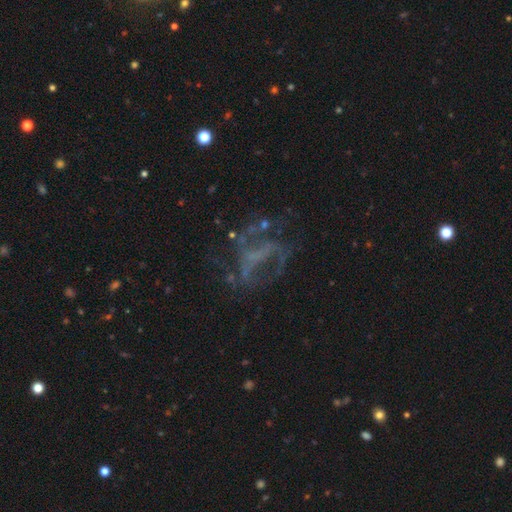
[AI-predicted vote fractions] Q: Smooth or featured?
A: featured or disk (64%); runner-up: star or artifact (23%)
Q: Edge-on disk?
A: no (96%); runner-up: yes (4%)
Q: Bar?
A: no (50%); runner-up: weak (28%)
Q: Spiral arms?
A: no (54%); runner-up: yes (46%)
Q: Bulge size?
A: none (72%); runner-up: small (16%)
Q: Merging?
A: none (48%); runner-up: major disturbance (32%)